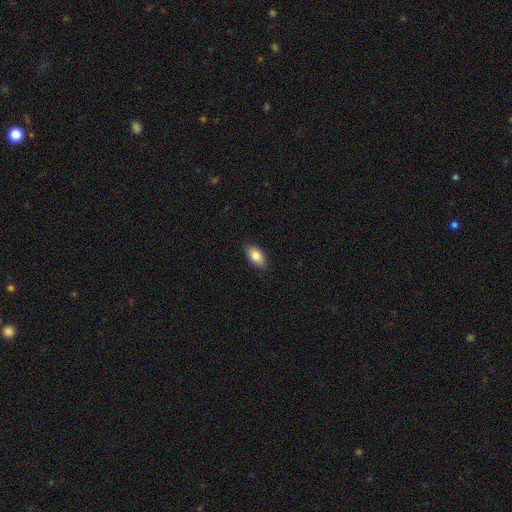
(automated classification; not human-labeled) smooth-or-featured: smooth: 85% | featured or disk: 8% | star or artifact: 7%
  how-rounded: in between: 93% | round: 4% | cigar-shaped: 3%
  merging: none: 87% | minor disturbance: 10% | major disturbance: 2% | merger: 1%